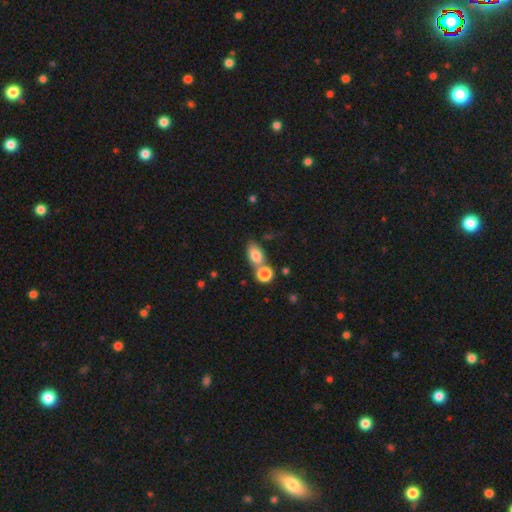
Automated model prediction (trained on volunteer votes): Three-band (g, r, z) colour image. It shows a smooth galaxy with no disk features (79%) that is in between round and cigar-shaped (85%). Merging: none (49%).